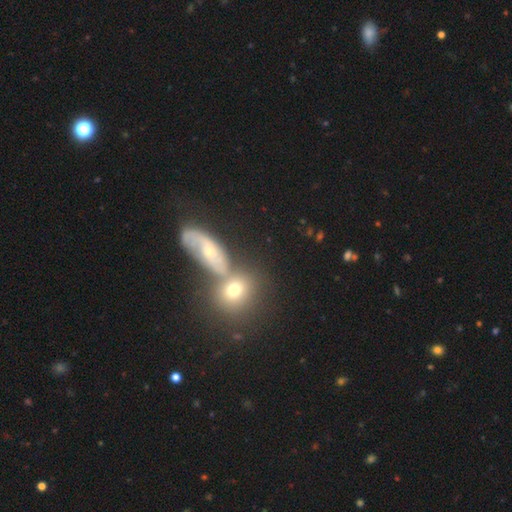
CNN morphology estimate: smooth 43%, featured or disk 37%, star or artifact 20%. Down the decision tree: merging — merger (62%).